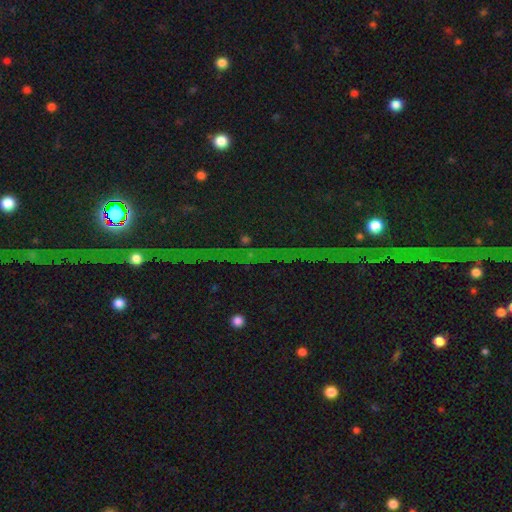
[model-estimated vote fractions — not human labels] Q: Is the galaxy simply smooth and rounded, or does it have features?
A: star or artifact — 84%.